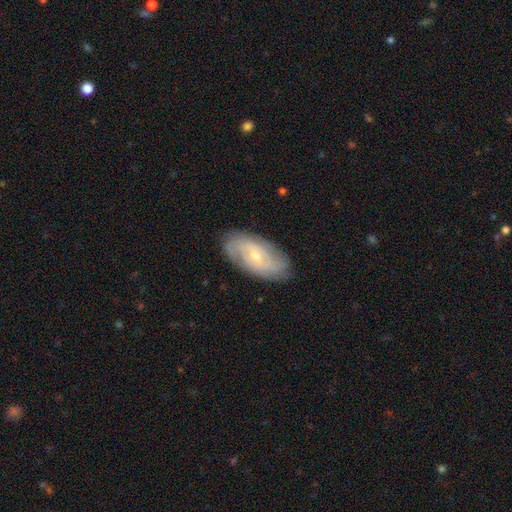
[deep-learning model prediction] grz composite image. It shows a featured or disk galaxy (75%) with no bar (58%), tight (55%) spiral arms (90%) and a small central bulge (65%). Merging: none (83%).